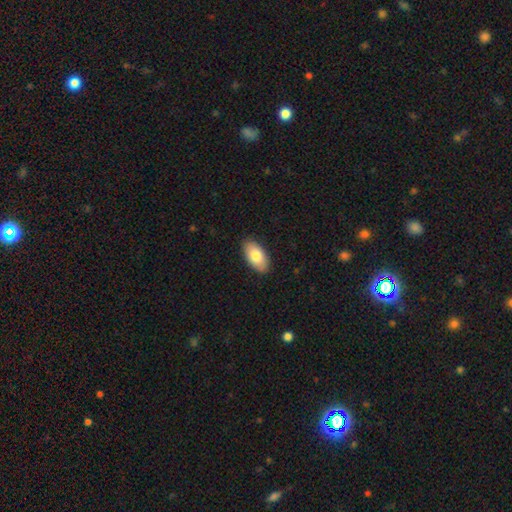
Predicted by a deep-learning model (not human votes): smooth 80%, featured or disk 14%, star or artifact 6%. Down the decision tree: how rounded — in between (95%); merging — none (88%).